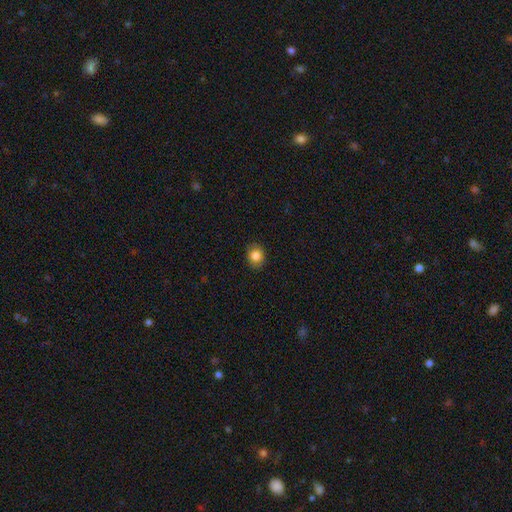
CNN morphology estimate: Smooth or featured? smooth (85%)
How rounded? round (67%)
Merging? none (87%)